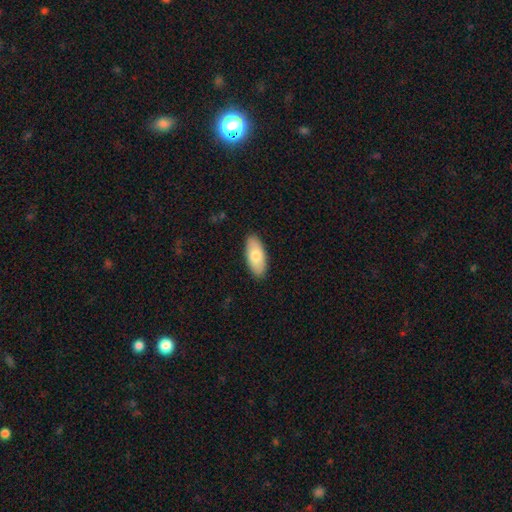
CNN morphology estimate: Smooth or featured: smooth — 78% (featured or disk — 17%)
How rounded: in between — 88% (cigar-shaped — 10%)
Merging: none — 89% (minor disturbance — 8%)